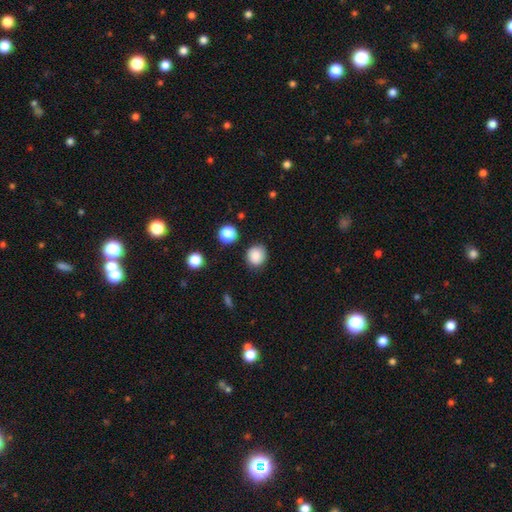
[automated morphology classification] Smooth or featured: smooth — 86% (star or artifact — 10%)
How rounded: round — 85% (in between — 14%)
Merging: none — 86% (minor disturbance — 9%)